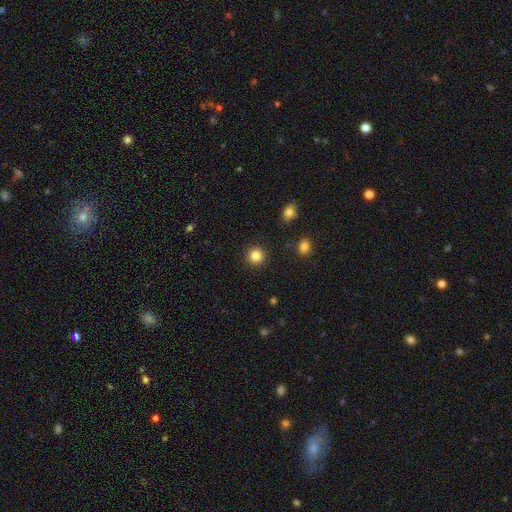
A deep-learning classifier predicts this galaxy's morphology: A smooth galaxy with no disk features (85%) that is round (94%). Merging: none (92%).